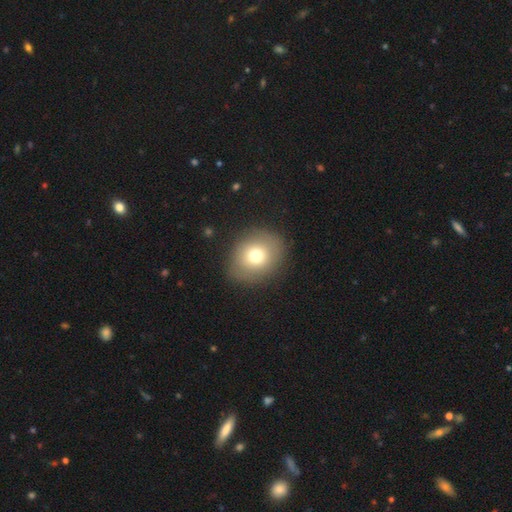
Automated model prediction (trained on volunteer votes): smooth 74%, featured or disk 15%, star or artifact 11%. Down the decision tree: how rounded — round (69%); merging — none (86%).